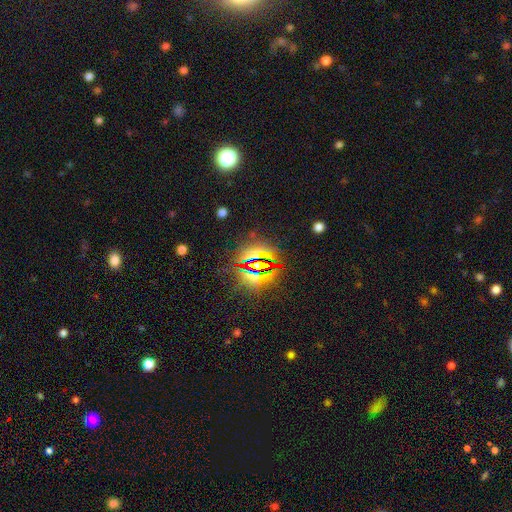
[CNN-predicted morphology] type=star or artifact (83%).